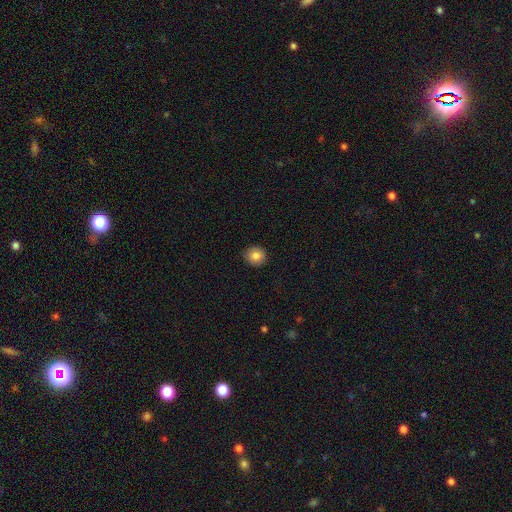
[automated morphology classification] A smooth galaxy with no disk features (84%) that is round (90%).

Vote fractions:
- Smooth or featured? smooth: 84% / star or artifact: 9% / featured or disk: 7%
- How rounded? round: 90% / in between: 9% / cigar-shaped: 1%
- Merging? none: 90% / minor disturbance: 7% / major disturbance: 2% / merger: 1%